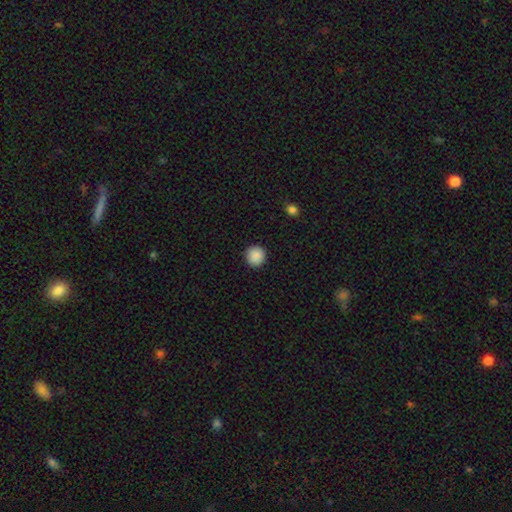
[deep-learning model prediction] This appears to be a smooth galaxy with no disk features (89%) that is round (95%). Merging: none (92%).